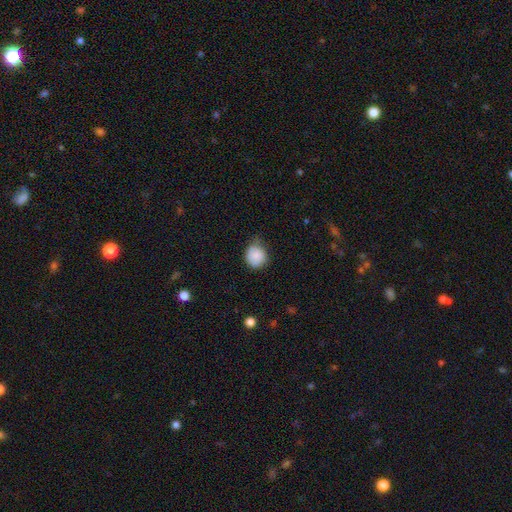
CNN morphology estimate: Smooth or featured?
  - smooth: 85% *
  - star or artifact: 8%
  - featured or disk: 7%
How rounded?
  - round: 79% *
  - in between: 20%
  - cigar-shaped: 1%
Merging?
  - none: 52% *
  - minor disturbance: 38%
  - major disturbance: 8%
  - merger: 2%